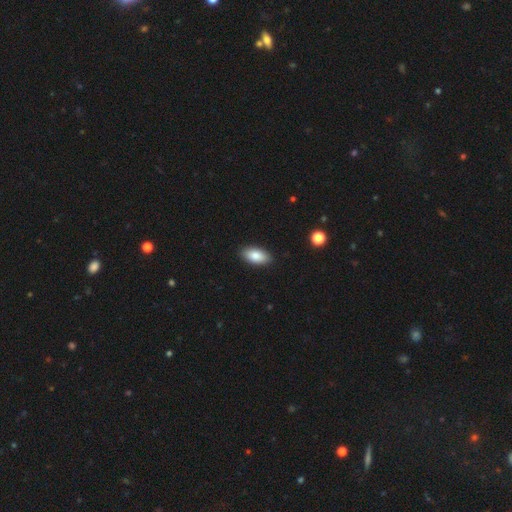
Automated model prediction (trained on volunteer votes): Morphology: type=smooth (85%); roundness=in between (92%); merging=none (89%).